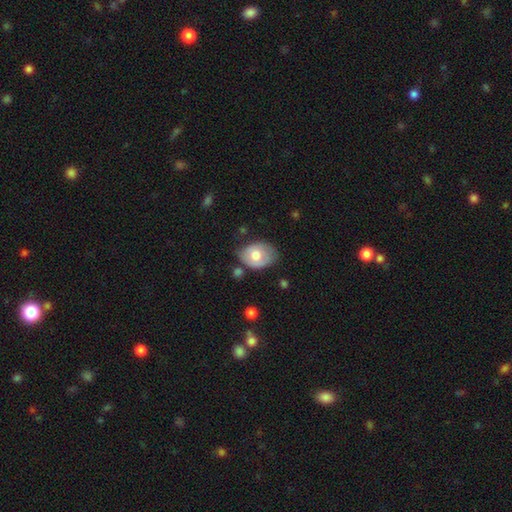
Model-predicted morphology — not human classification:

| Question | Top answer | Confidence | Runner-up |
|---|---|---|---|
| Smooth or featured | smooth | 67% | featured or disk (27%) |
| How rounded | in between | 72% | round (27%) |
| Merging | none | 57% | minor disturbance (30%) |